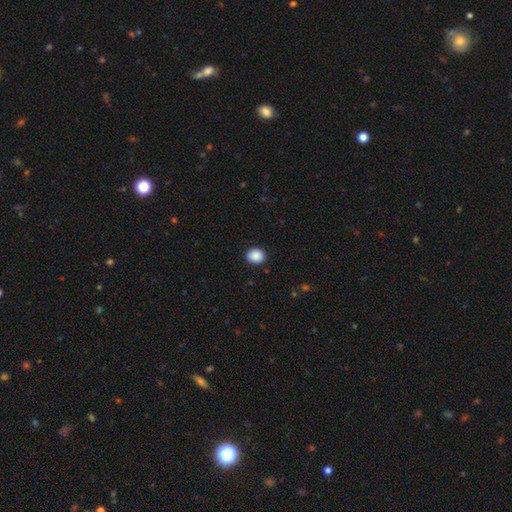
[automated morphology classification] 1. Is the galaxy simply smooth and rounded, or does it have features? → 89% smooth, 8% star or artifact, 3% featured or disk.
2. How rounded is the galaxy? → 62% round, 37% in between, 1% cigar-shaped.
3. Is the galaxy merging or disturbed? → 90% none, 7% minor disturbance, 2% major disturbance, 1% merger.